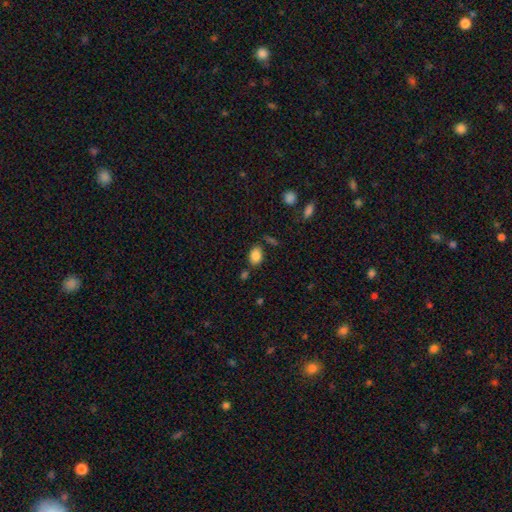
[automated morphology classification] Smooth or featured? smooth (85%)
How rounded? in between (80%)
Merging? none (74%)